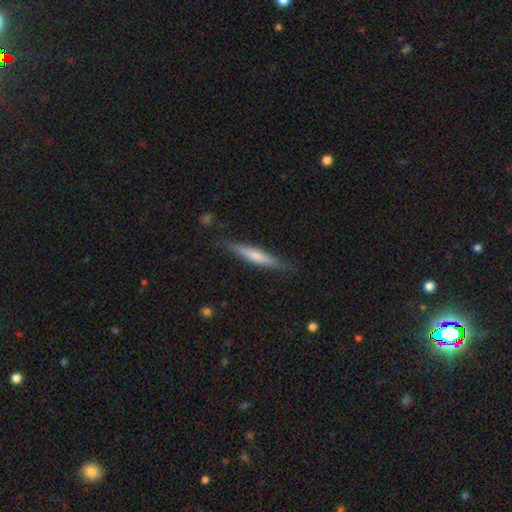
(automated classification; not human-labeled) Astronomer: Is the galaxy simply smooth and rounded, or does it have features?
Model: smooth — 51% (runner-up: featured or disk, 42%).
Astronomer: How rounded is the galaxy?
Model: cigar-shaped — 91%.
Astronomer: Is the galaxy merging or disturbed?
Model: none — 84%.